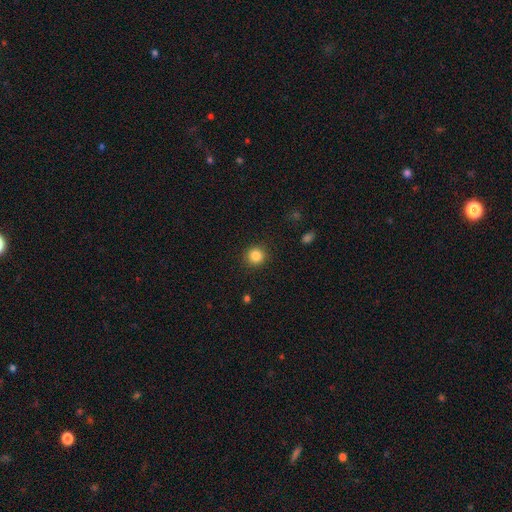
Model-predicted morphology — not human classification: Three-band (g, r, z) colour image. It shows a smooth galaxy with no disk features (84%) that is round (92%). Merging: none (91%).